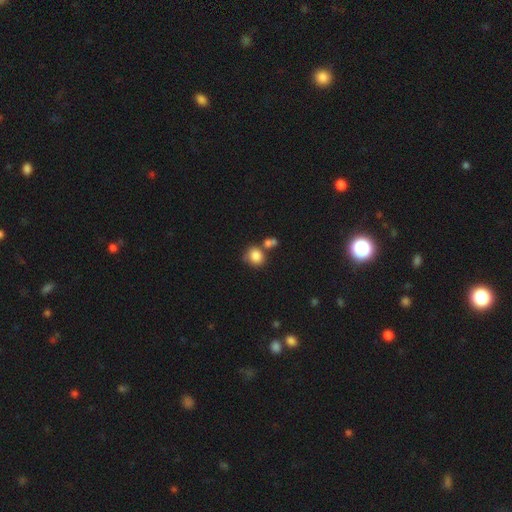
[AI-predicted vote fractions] A smooth galaxy with no disk features (84%) that is round (77%).

Vote fractions:
- Smooth or featured? smooth: 84% / star or artifact: 9% / featured or disk: 6%
- How rounded? round: 77% / in between: 22% / cigar-shaped: 1%
- Merging? none: 55% / merger: 27% / minor disturbance: 14% / major disturbance: 5%